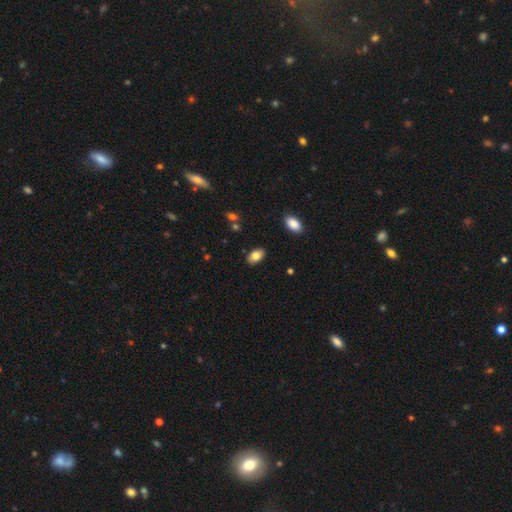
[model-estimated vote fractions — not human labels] Morphology: type=smooth (82%); roundness=in between (92%); merging=none (87%).